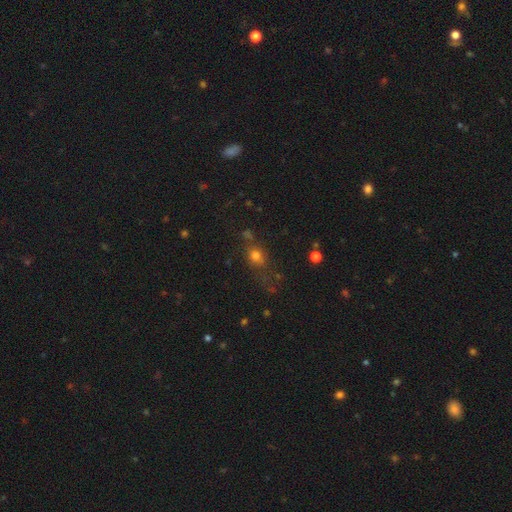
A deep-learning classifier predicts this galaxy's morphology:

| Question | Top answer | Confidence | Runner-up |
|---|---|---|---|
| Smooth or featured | smooth | 73% | star or artifact (17%) |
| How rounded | round | 58% | in between (39%) |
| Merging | none | 60% | minor disturbance (19%) |